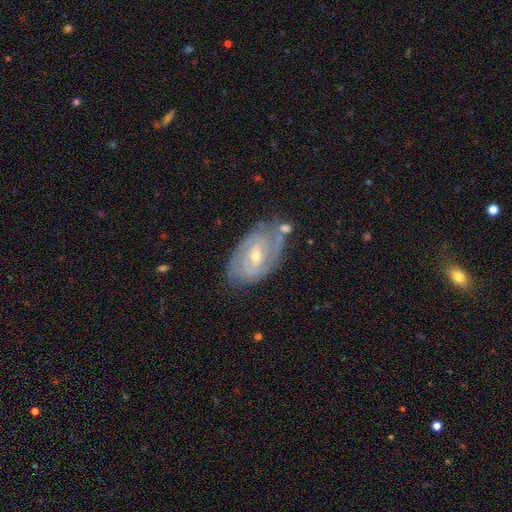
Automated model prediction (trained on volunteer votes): This appears to be a featured or disk galaxy (83%) with a weak bar (52%), 2 (57%) tight (60%) spiral arms (93%) and a small central bulge (53%). Merging: none (64%).